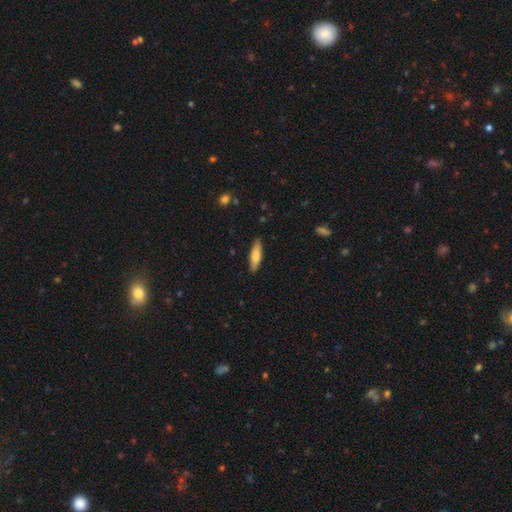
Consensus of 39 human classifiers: A smooth galaxy with no disk features (69%) that is cigar-shaped (74%). Merging: none (86%).